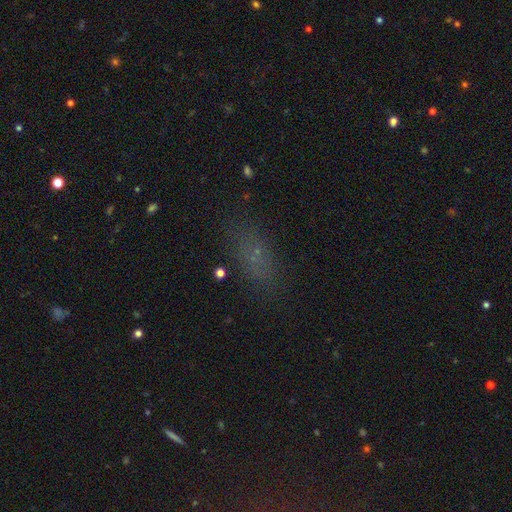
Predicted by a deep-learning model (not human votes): smooth 56%, star or artifact 31%, featured or disk 13%. Down the decision tree: how rounded — in between (79%); merging — none (78%).